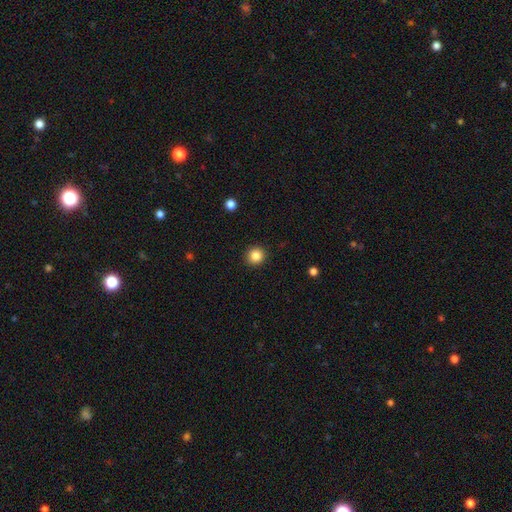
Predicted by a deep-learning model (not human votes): Morphology: type=smooth (86%); roundness=round (93%); merging=none (92%).